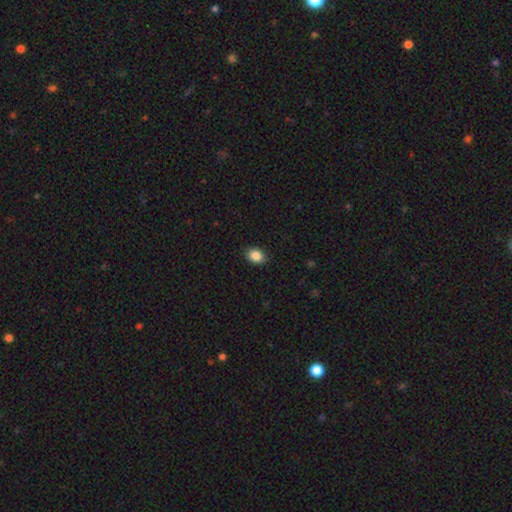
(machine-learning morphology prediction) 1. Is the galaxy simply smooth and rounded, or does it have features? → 87% smooth, 9% star or artifact, 4% featured or disk.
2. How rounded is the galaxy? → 71% in between, 28% round, 1% cigar-shaped.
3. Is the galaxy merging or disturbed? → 89% none, 9% minor disturbance, 2% major disturbance, 1% merger.